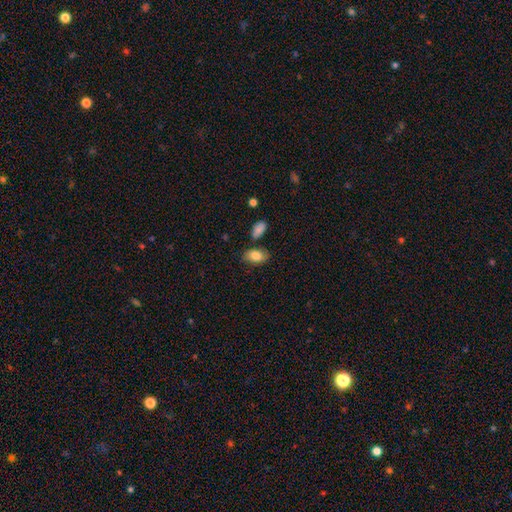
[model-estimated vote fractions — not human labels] Morphology: type=smooth (84%); roundness=in between (91%); merging=none (74%).